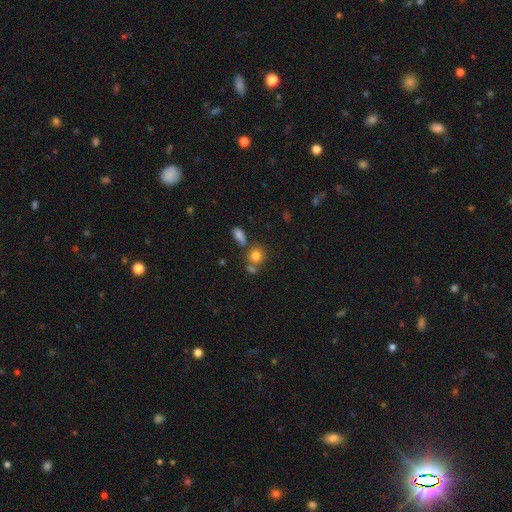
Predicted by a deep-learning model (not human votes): Overall: smooth (80%). How rounded: round (78%). Merging: none (60%; merger 24%).